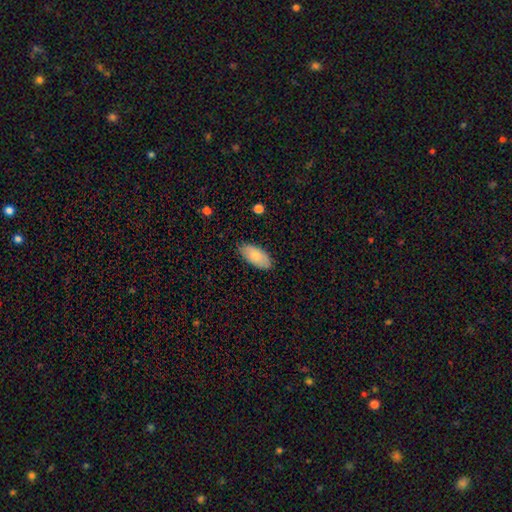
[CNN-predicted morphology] smooth-or-featured: smooth: 81% | featured or disk: 13% | star or artifact: 6%
  how-rounded: in between: 94% | cigar-shaped: 4% | round: 2%
  merging: none: 84% | minor disturbance: 13% | major disturbance: 2% | merger: 1%